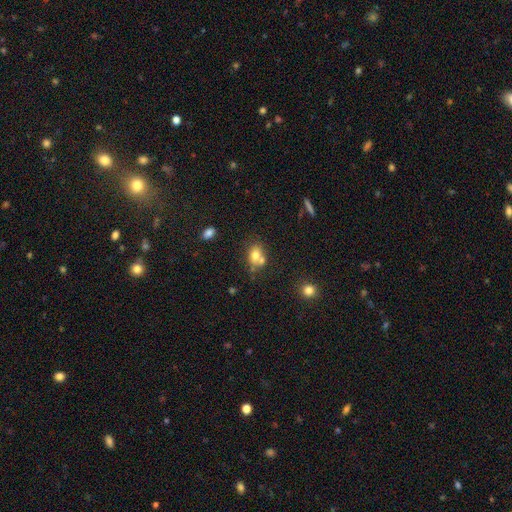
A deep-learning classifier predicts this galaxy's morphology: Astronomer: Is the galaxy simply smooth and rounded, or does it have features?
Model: smooth — 72%.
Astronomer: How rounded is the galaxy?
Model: in between — 62%.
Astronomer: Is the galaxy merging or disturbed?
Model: none — 41%, tied with merger at 41%.